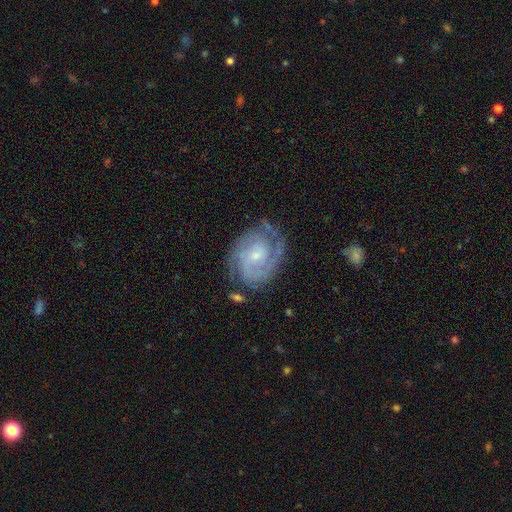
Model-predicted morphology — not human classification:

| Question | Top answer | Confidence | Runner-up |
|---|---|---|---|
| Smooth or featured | featured or disk | 86% | smooth (9%) |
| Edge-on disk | no | 97% | yes (3%) |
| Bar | no | 59% | weak (34%) |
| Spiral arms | yes | 96% | no (4%) |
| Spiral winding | tight | 63% | medium (31%) |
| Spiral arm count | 2 | 54% | can't tell (18%) |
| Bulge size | small | 70% | moderate (25%) |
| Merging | none | 71% | minor disturbance (19%) |